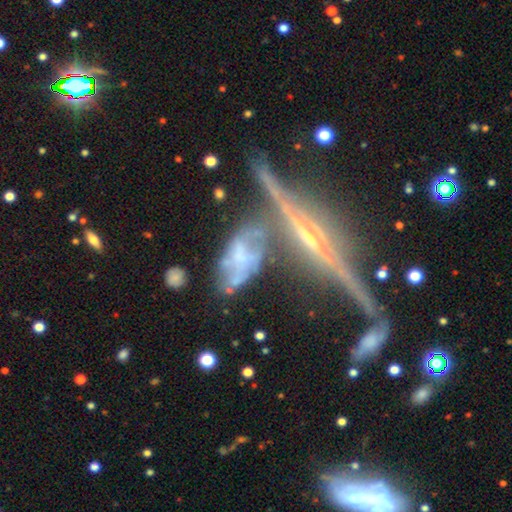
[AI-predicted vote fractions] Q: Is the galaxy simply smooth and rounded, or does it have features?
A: featured or disk — 73%.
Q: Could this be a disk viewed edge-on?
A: yes — 61%.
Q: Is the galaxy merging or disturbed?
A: none — 33%.